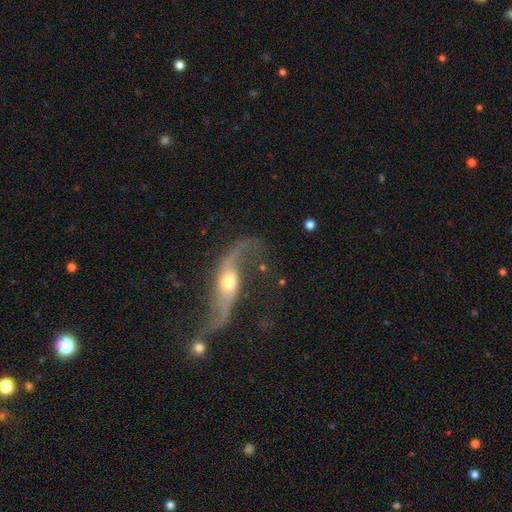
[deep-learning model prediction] This is clearly a featured or disk galaxy (87%). It is clearly not viewed edge-on (81%). Bar: possibly no (46%). Spiral arm pattern: clearly yes (94%). Spiral arm count: clearly 2 (90%). Spiral winding: clearly loose (83%). Central bulge: likely moderate (62%). Merging: possibly none (54%).